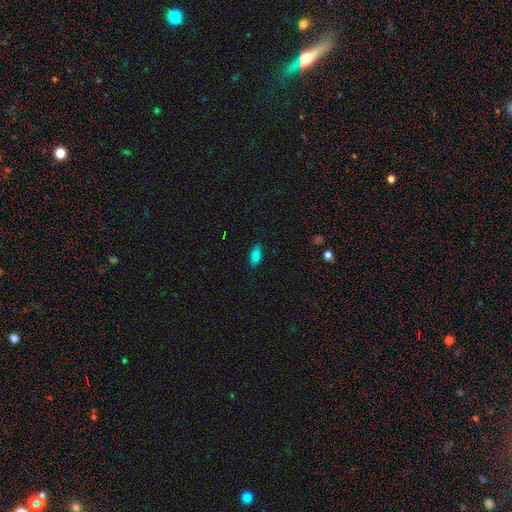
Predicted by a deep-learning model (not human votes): Smooth or featured?
  - smooth: 84% *
  - star or artifact: 10%
  - featured or disk: 7%
How rounded?
  - in between: 83% *
  - cigar-shaped: 15%
  - round: 2%
Merging?
  - none: 83% *
  - minor disturbance: 13%
  - major disturbance: 3%
  - merger: 1%